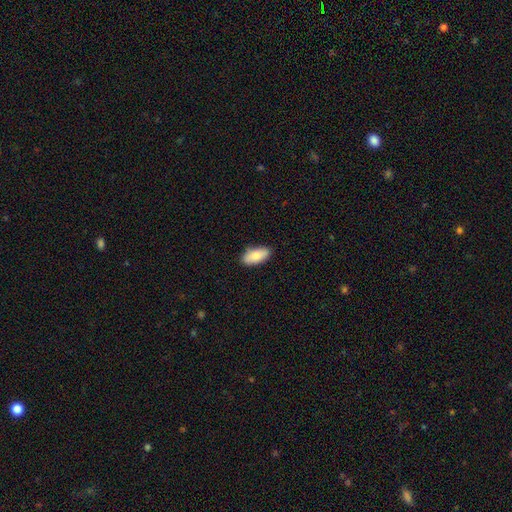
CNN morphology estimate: smooth 85%, featured or disk 9%, star or artifact 6%. Down the decision tree: how rounded — in between (90%); merging — none (87%).